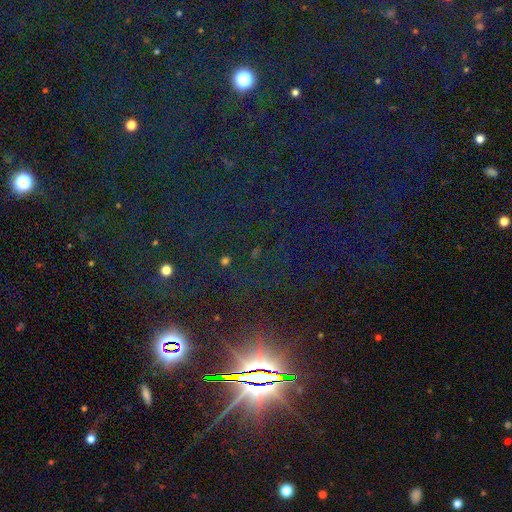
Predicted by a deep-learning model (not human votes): Morphology: type=star or artifact (83%).